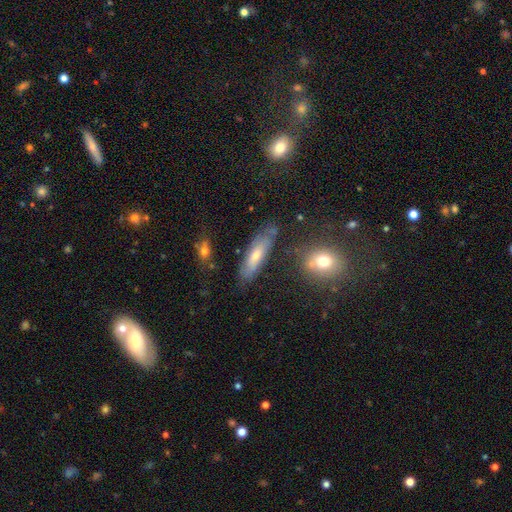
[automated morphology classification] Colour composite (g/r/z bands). It shows a smooth galaxy with no disk features (47%). Merging: none (74%).